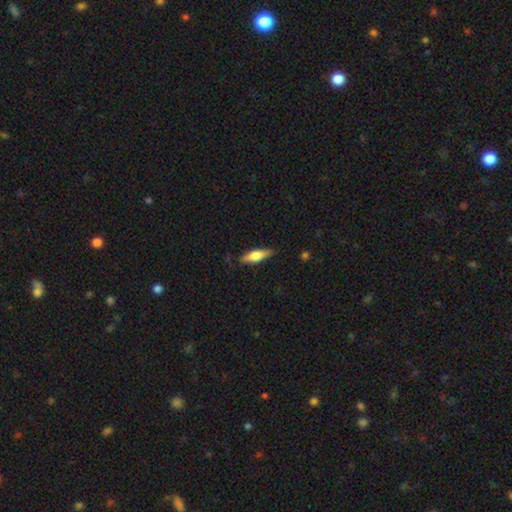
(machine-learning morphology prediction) Smooth or featured? Predicted: smooth (p=0.67). How rounded? Predicted: cigar-shaped (p=0.50). Merging? Predicted: none (p=0.84).